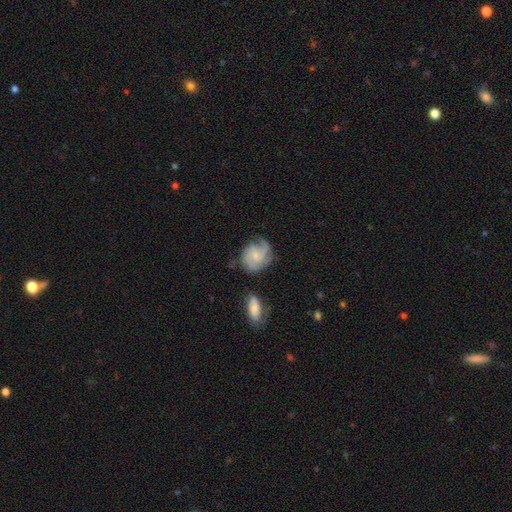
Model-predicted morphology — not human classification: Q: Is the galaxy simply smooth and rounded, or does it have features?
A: featured or disk — 66%.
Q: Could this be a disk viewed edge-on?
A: no — 98%.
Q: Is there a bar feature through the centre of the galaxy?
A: no — 61%.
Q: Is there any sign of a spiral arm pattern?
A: yes — 92%.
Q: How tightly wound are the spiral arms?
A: medium — 43%.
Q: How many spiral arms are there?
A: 2 — 40%.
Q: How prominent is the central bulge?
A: small — 55%.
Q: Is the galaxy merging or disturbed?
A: none — 64%.